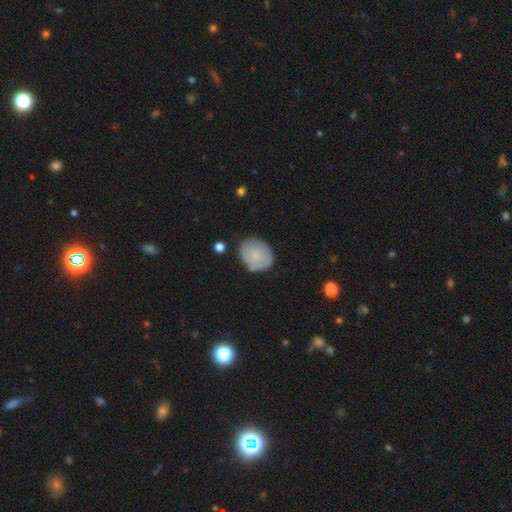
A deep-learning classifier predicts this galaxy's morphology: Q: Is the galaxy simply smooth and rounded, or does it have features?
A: smooth — 72%.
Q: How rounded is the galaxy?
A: round — 58%.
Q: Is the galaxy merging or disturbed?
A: none — 78%.